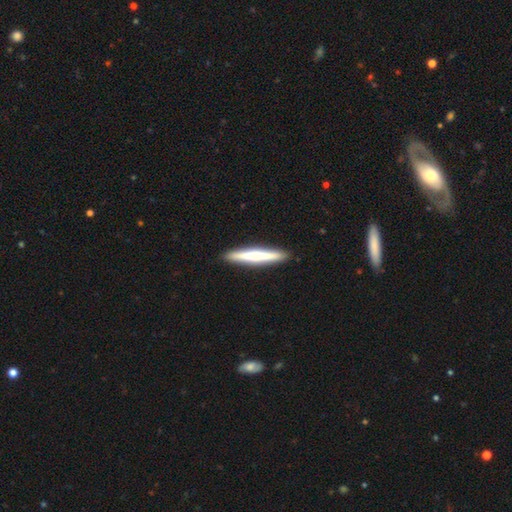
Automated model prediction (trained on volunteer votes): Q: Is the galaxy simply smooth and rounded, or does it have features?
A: smooth — 55%.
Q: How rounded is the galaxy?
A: cigar-shaped — 95%.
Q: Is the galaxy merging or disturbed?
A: none — 92%.